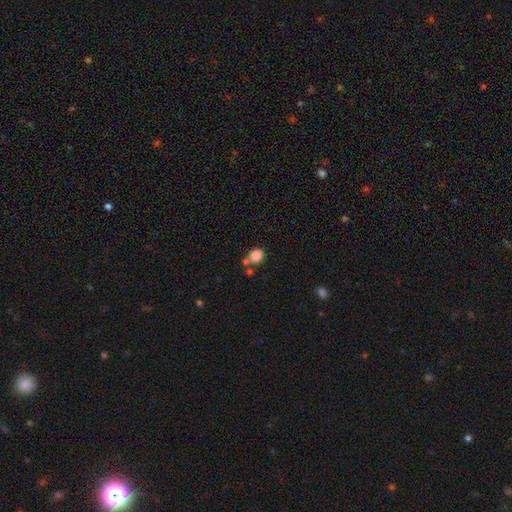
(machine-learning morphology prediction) A smooth galaxy with no disk features (85%) that is round (65%). Merging: none (61%).